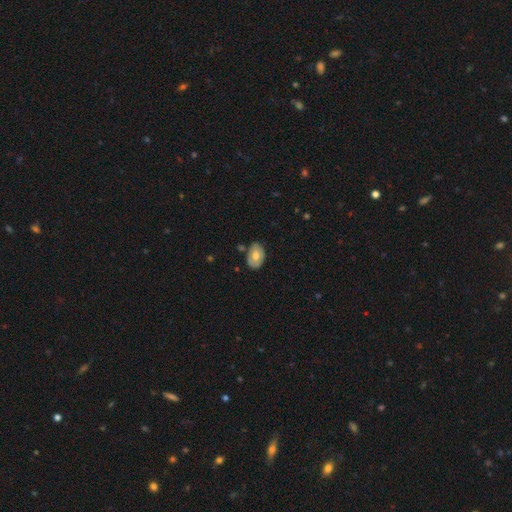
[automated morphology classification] smooth-or-featured: smooth: 55% | featured or disk: 39% | star or artifact: 6%
  how-rounded: in between: 84% | round: 15% | cigar-shaped: 1%
  merging: none: 73% | minor disturbance: 19% | merger: 4% | major disturbance: 4%